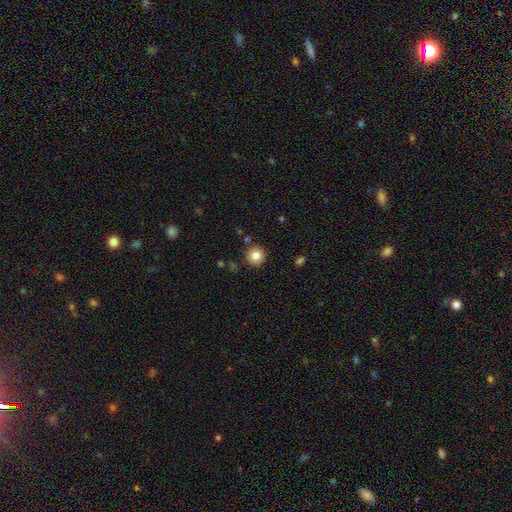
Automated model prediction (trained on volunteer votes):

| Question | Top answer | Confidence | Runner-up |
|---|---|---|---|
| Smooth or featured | smooth | 82% | star or artifact (11%) |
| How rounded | round | 94% | in between (5%) |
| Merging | none | 88% | minor disturbance (7%) |